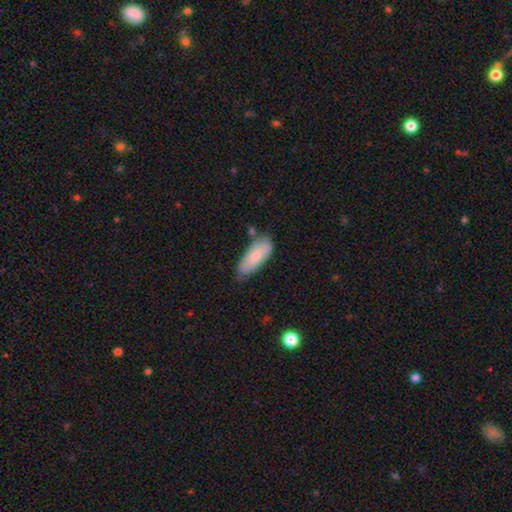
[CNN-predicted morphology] Smooth or featured? Predicted: smooth (p=0.77). How rounded? Predicted: in between (p=0.77). Merging? Predicted: none (p=0.62).